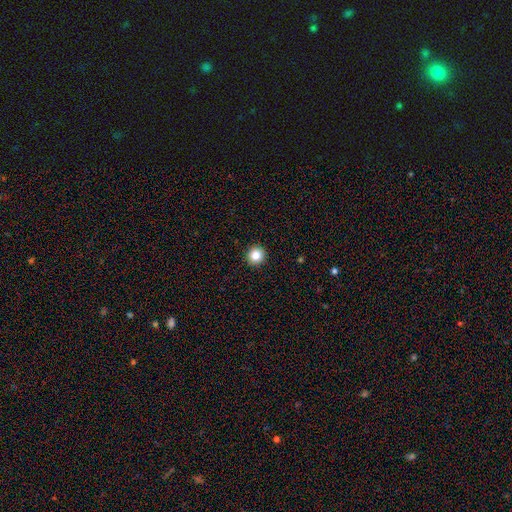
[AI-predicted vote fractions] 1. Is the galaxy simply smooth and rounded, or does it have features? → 85% smooth, 10% star or artifact, 5% featured or disk.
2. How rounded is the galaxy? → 94% round, 5% in between, 1% cigar-shaped.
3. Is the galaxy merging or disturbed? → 93% none, 4% minor disturbance, 1% major disturbance, 1% merger.